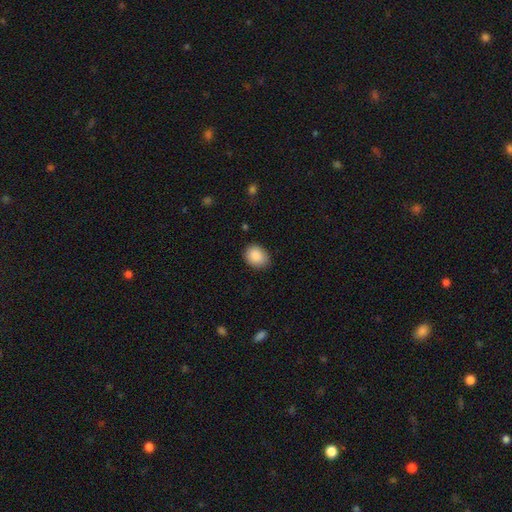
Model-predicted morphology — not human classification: smooth-or-featured: smooth: 88% | star or artifact: 8% | featured or disk: 4%
  how-rounded: in between: 53% | round: 46% | cigar-shaped: 1%
  merging: none: 79% | minor disturbance: 17% | major disturbance: 3% | merger: 1%